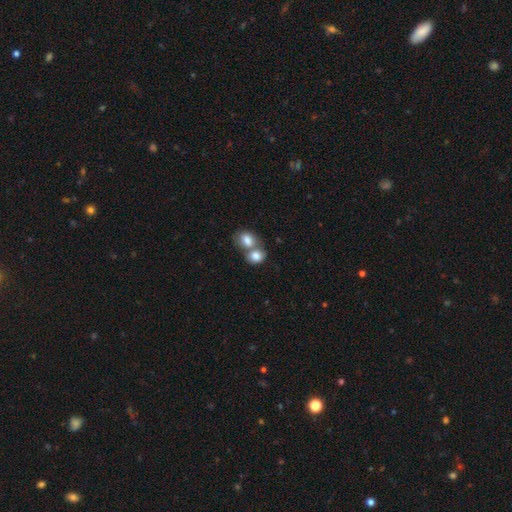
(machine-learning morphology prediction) Overall: smooth (81%). How rounded: round (53%; in between 46%). Merging: merger (67%).